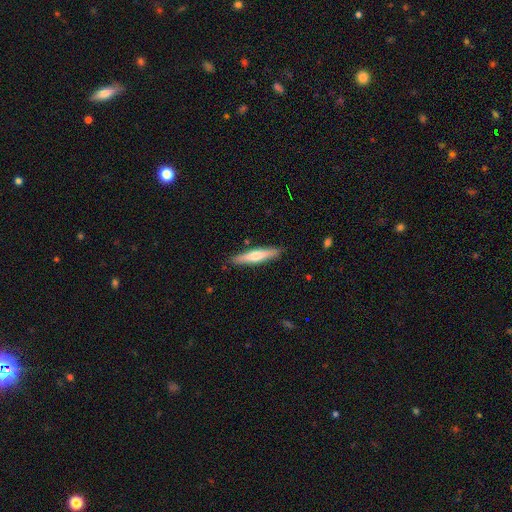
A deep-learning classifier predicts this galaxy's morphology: This appears to be a smooth galaxy with no disk features (52%) that is cigar-shaped (86%). Merging: none (88%).